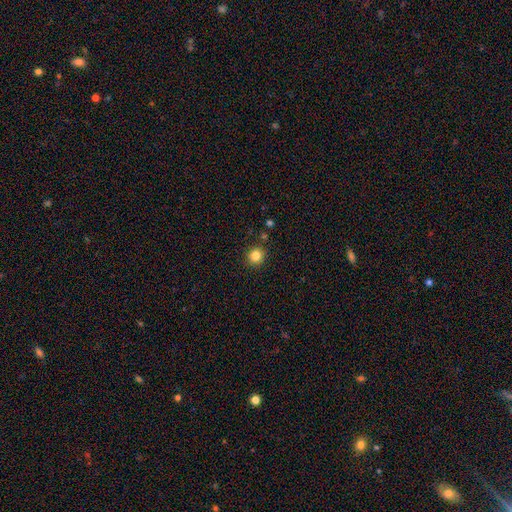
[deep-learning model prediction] Morphology: type=smooth (83%); roundness=round (90%); merging=none (89%).